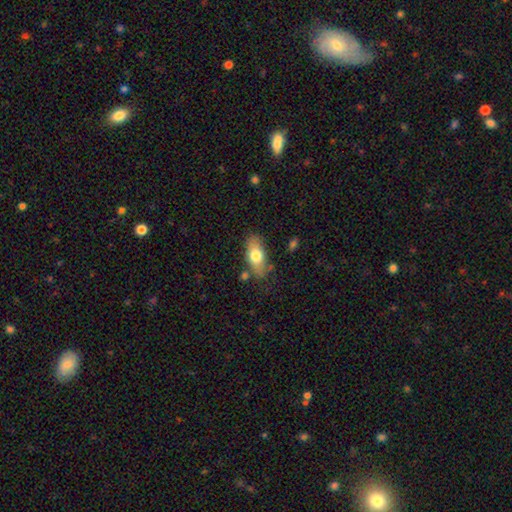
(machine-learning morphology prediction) smooth-or-featured: smooth: 70% | featured or disk: 23% | star or artifact: 6%
  how-rounded: in between: 84% | cigar-shaped: 11% | round: 4%
  merging: none: 75% | minor disturbance: 17% | major disturbance: 4% | merger: 4%